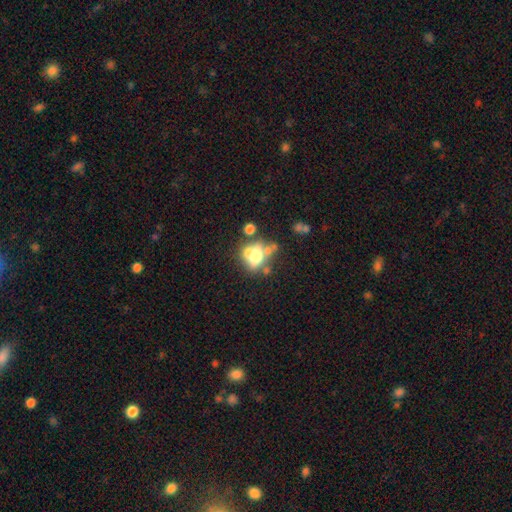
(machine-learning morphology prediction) Smooth or featured: smooth — 48% (featured or disk — 38%)
Merging: merger — 38% (none — 31%)